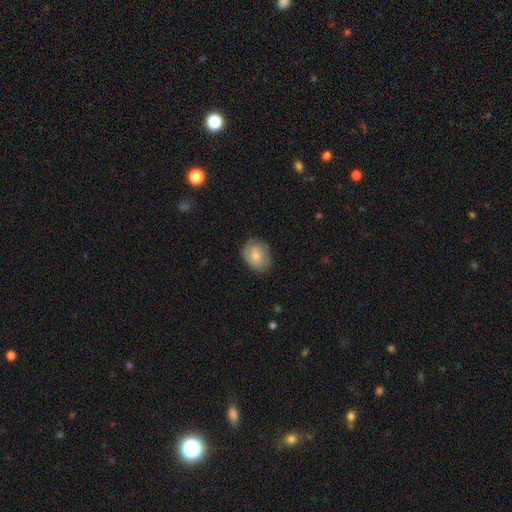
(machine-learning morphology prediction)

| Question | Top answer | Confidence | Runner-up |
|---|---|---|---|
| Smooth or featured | smooth | 68% | featured or disk (25%) |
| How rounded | in between | 54% | round (45%) |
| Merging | none | 73% | minor disturbance (21%) |